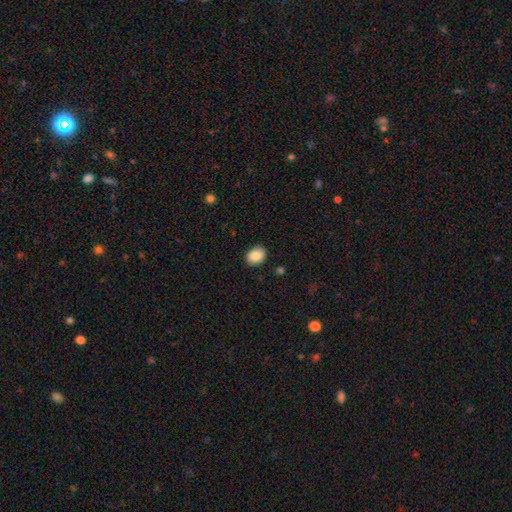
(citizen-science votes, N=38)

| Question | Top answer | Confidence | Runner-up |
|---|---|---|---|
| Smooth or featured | smooth | 87% | star or artifact (8%) |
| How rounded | in between | 61% | round (39%) |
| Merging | none | 86% | minor disturbance (9%) |